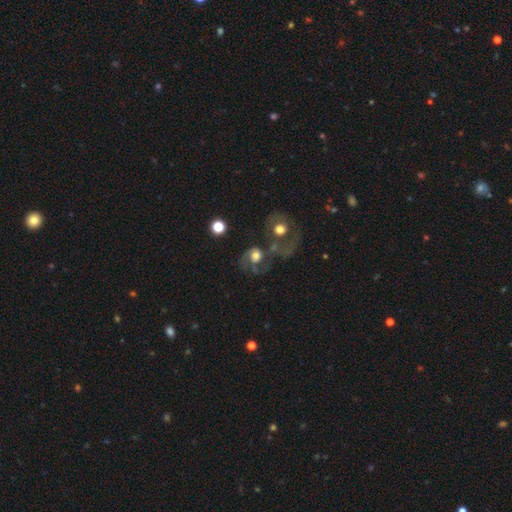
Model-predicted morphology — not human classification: Q: Smooth or featured?
A: featured or disk (53%); runner-up: smooth (37%)
Q: Edge-on disk?
A: no (97%); runner-up: yes (3%)
Q: Bar?
A: no (80%); runner-up: weak (16%)
Q: Spiral arms?
A: yes (63%); runner-up: no (37%)
Q: Bulge size?
A: moderate (44%); runner-up: large (38%)
Q: Merging?
A: major disturbance (32%); runner-up: merger (30%)